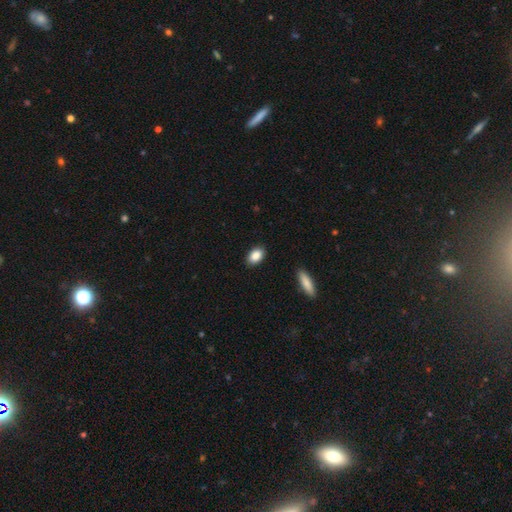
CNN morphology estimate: Smooth or featured?
  - smooth: 87% *
  - star or artifact: 7%
  - featured or disk: 6%
How rounded?
  - in between: 89% *
  - round: 9%
  - cigar-shaped: 2%
Merging?
  - none: 89% *
  - minor disturbance: 8%
  - major disturbance: 2%
  - merger: 1%